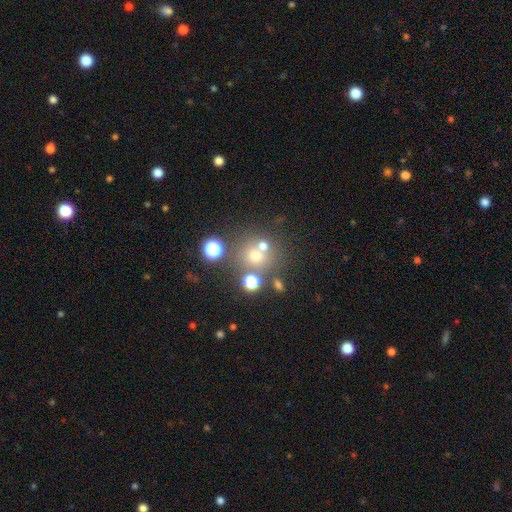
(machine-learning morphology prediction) A smooth galaxy with no disk features (60%) that is round (87%).

Vote fractions:
- Smooth or featured? smooth: 60% / star or artifact: 25% / featured or disk: 15%
- How rounded? round: 87% / in between: 12% / cigar-shaped: 1%
- Merging? none: 62% / merger: 25% / minor disturbance: 9% / major disturbance: 5%